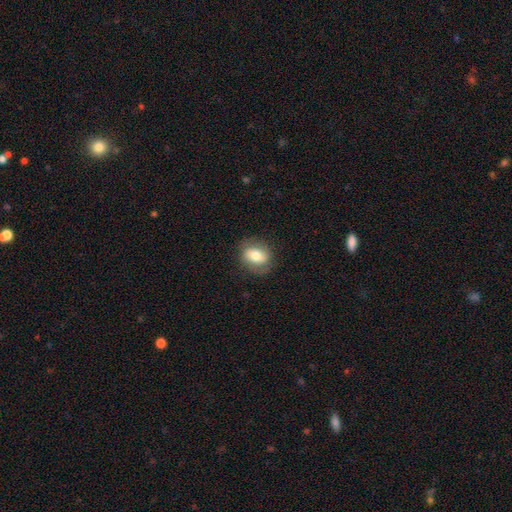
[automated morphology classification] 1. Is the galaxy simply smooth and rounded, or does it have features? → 68% smooth, 24% featured or disk, 8% star or artifact.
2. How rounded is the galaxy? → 50% in between, 48% round, 1% cigar-shaped.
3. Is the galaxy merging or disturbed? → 80% none, 14% minor disturbance, 5% major disturbance, 1% merger.